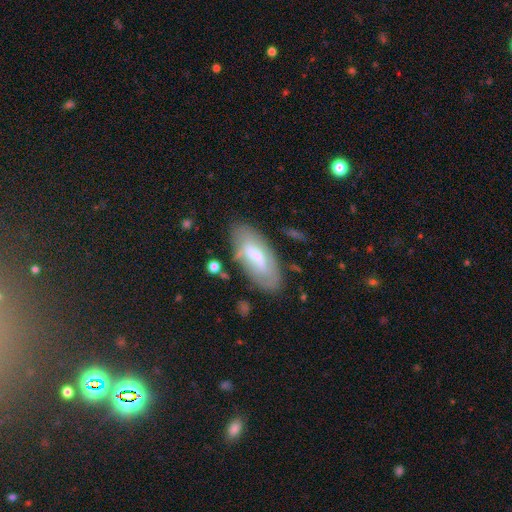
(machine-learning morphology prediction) The model was most divided on "smooth or featured": featured or disk: 47%, smooth: 46%, star or artifact: 7%. More confident: merging — none (73%).